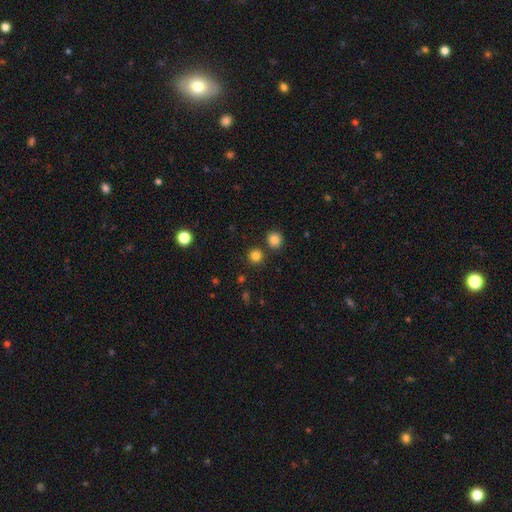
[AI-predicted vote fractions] A smooth galaxy with no disk features (82%) that is round (93%).

Vote fractions:
- Smooth or featured? smooth: 82% / star or artifact: 14% / featured or disk: 4%
- How rounded? round: 93% / in between: 6% / cigar-shaped: 1%
- Merging? none: 83% / merger: 9% / minor disturbance: 6% / major disturbance: 2%